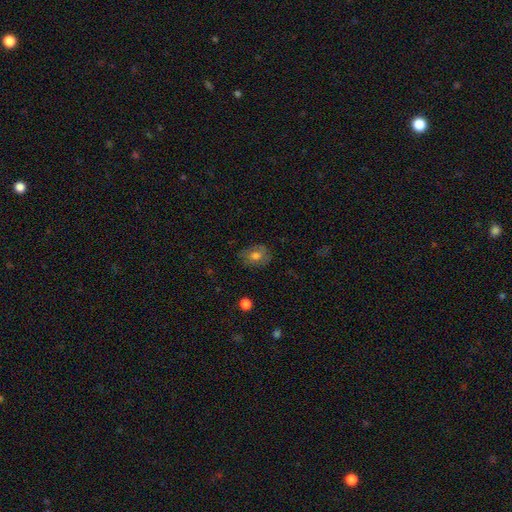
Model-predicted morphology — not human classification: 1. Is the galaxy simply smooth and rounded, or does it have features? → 67% smooth, 24% featured or disk, 10% star or artifact.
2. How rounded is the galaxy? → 61% in between, 38% round, 1% cigar-shaped.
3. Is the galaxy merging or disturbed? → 71% none, 21% minor disturbance, 7% major disturbance, 1% merger.